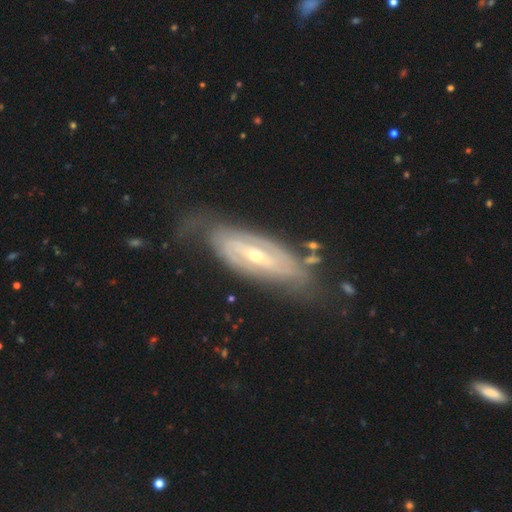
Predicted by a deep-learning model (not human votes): smooth-or-featured: featured or disk: 82% | smooth: 13% | star or artifact: 6%
  disk-edge-on: no: 83% | yes: 17%
    bar: weak: 37% | no: 36% | strong: 27%
    has-spiral-arms: yes: 79% | no: 21%
      spiral-winding: tight: 60% | medium: 28% | loose: 12%
      spiral-arm-count: 2: 43% | can't tell: 42% | 3: 5% | 1: 4% | 4: 3% | more than 4: 3%
    bulge-size: small: 57% | moderate: 40% | large: 1% | none: 1% | dominant: 1%
  merging: none: 64% | minor disturbance: 22% | major disturbance: 11% | merger: 3%